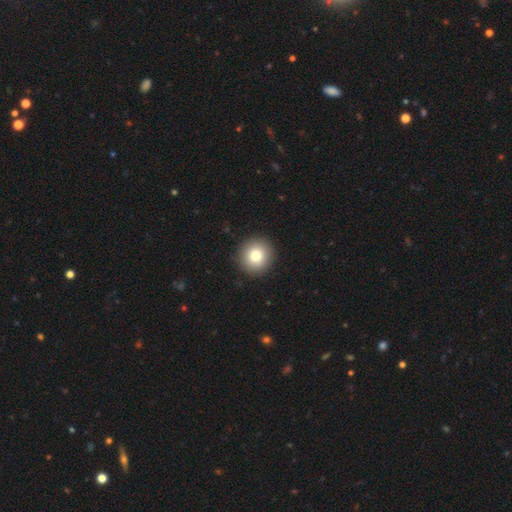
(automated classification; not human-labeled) Smooth or featured?
  - smooth: 81% *
  - star or artifact: 10%
  - featured or disk: 9%
How rounded?
  - round: 93% *
  - in between: 6%
  - cigar-shaped: 1%
Merging?
  - none: 93% *
  - minor disturbance: 5%
  - major disturbance: 2%
  - merger: 1%